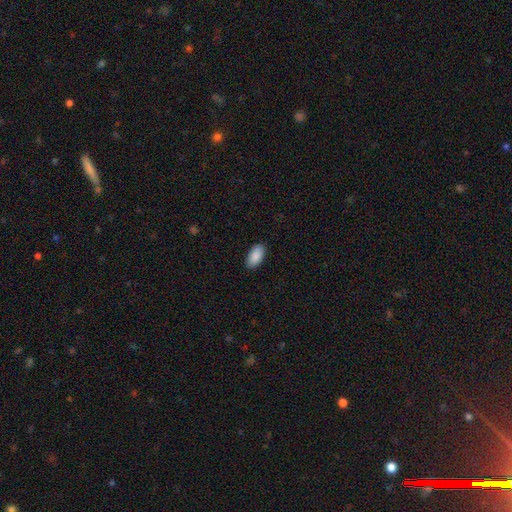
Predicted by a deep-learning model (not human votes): smooth 90%, star or artifact 6%, featured or disk 4%. Down the decision tree: how rounded — in between (94%); merging — none (89%).